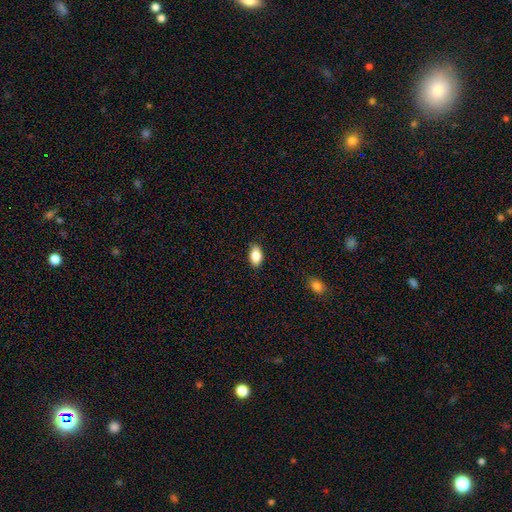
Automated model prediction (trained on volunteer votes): Smooth or featured?
  - smooth: 86% *
  - star or artifact: 7%
  - featured or disk: 7%
How rounded?
  - in between: 92% *
  - round: 6%
  - cigar-shaped: 2%
Merging?
  - none: 86% *
  - minor disturbance: 11%
  - major disturbance: 2%
  - merger: 1%